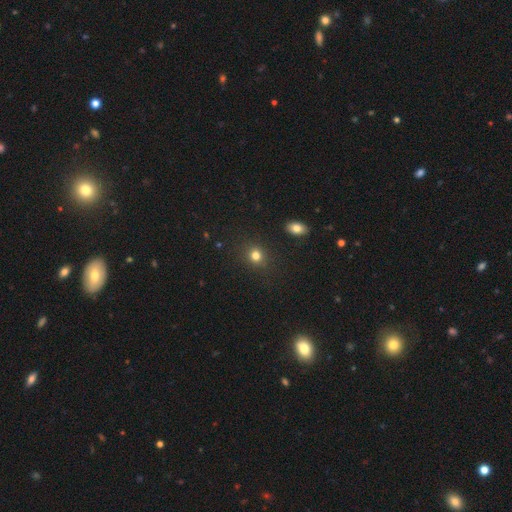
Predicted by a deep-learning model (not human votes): A smooth galaxy with no disk features (80%) that is round (78%). Merging: none (87%).